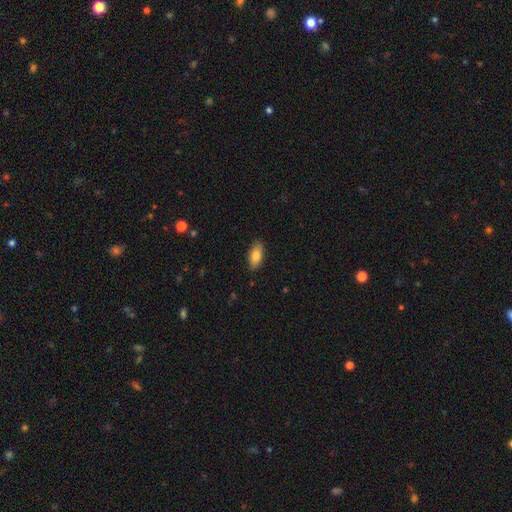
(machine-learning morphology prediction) smooth-or-featured: smooth: 81% | featured or disk: 12% | star or artifact: 7%
  how-rounded: in between: 87% | cigar-shaped: 10% | round: 3%
  merging: none: 88% | minor disturbance: 9% | major disturbance: 2% | merger: 1%